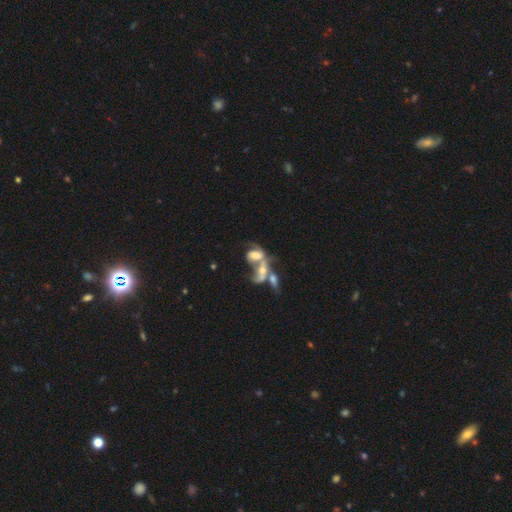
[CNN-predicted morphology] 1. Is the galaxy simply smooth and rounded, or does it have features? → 58% featured or disk, 30% smooth, 12% star or artifact.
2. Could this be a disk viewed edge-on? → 93% no, 7% yes.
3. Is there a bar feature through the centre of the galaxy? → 66% no, 22% weak, 12% strong.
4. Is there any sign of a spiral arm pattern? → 55% yes, 45% no.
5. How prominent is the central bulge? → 36% moderate, 22% large, 20% none, 18% small, 5% dominant.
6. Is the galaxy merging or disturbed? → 72% merger, 13% major disturbance, 10% none, 5% minor disturbance.